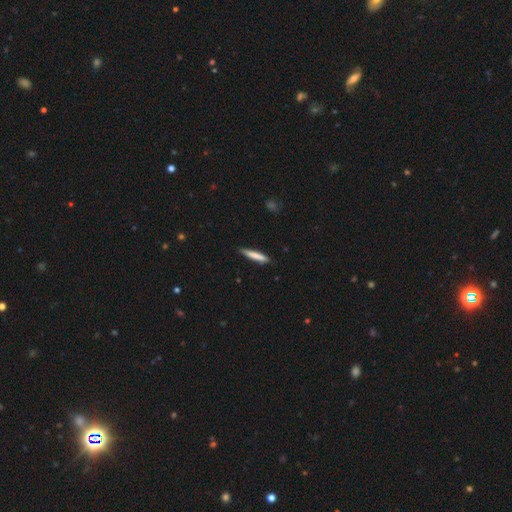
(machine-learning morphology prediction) smooth 74%, featured or disk 21%, star or artifact 6%. Down the decision tree: how rounded — cigar-shaped (93%); merging — none (84%).